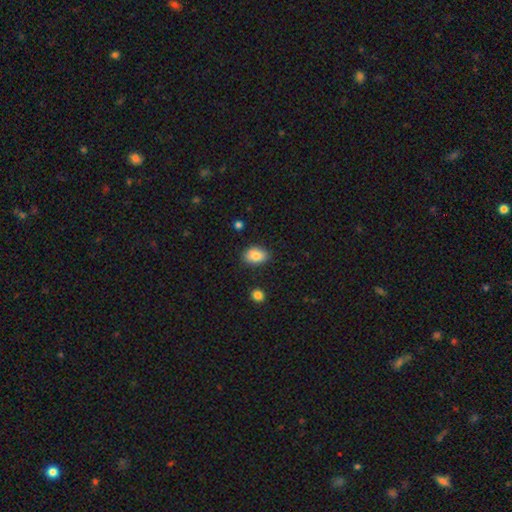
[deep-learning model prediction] Smooth or featured? smooth (84%)
How rounded? in between (80%)
Merging? none (83%)